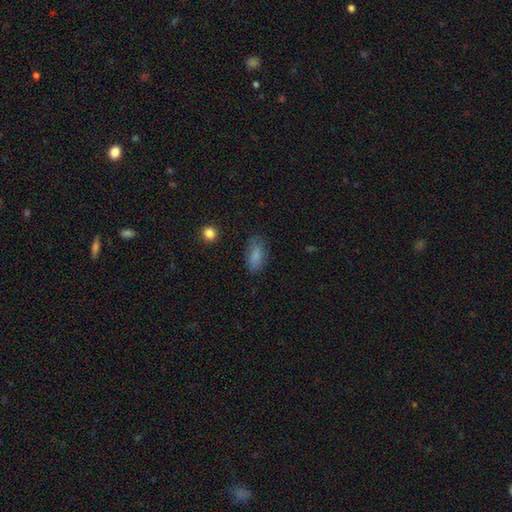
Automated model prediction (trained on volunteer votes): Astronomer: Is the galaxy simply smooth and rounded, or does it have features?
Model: smooth — 83%.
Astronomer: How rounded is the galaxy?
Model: in between — 87%.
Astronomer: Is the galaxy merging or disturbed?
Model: none — 77%.